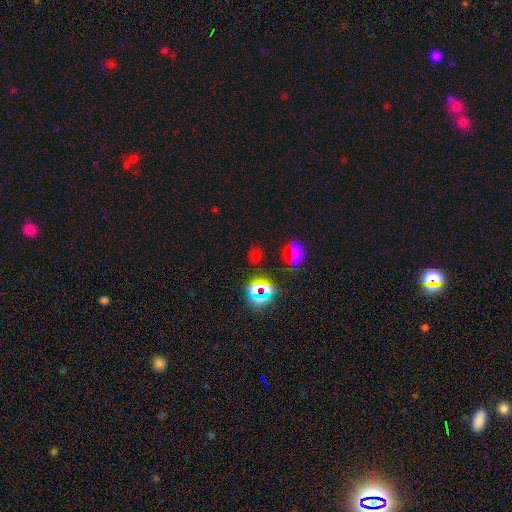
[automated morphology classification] A star or artifact, not a galaxy (56%).

Vote fractions:
- Smooth or featured? star or artifact: 56% / smooth: 37% / featured or disk: 6%